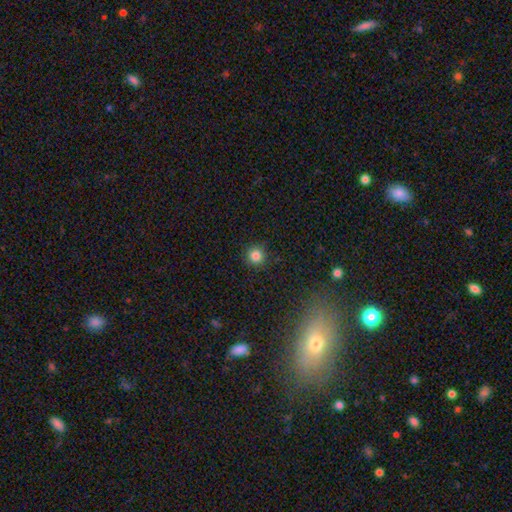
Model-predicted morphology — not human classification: smooth 83%, star or artifact 12%, featured or disk 4%. Down the decision tree: how rounded — round (95%); merging — none (91%).